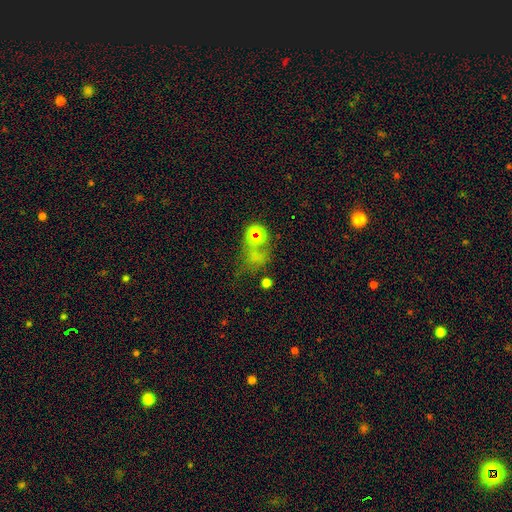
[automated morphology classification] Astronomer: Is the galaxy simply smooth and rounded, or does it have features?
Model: smooth — 44% (runner-up: star or artifact, 41%).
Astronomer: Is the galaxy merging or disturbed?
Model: none — 45% (runner-up: major disturbance, 24%).